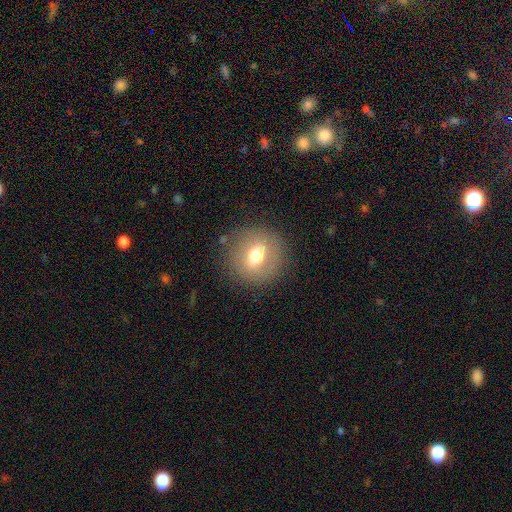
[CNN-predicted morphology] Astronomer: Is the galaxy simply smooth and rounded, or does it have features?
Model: smooth — 59%.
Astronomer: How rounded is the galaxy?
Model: round — 85%.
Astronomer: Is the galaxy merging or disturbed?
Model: none — 83%.